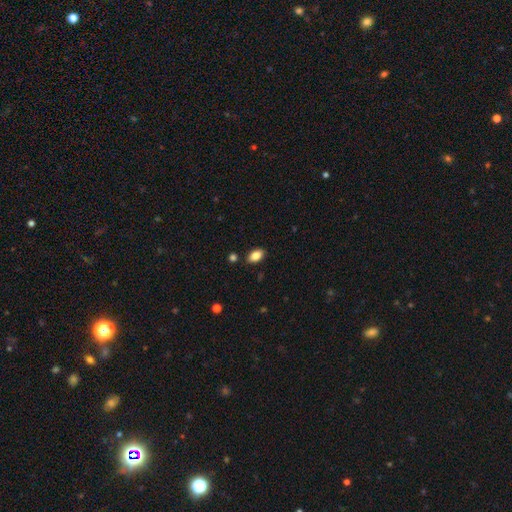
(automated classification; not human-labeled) This appears to be a smooth galaxy with no disk features (85%) that is in between round and cigar-shaped (90%). Merging: none (86%).